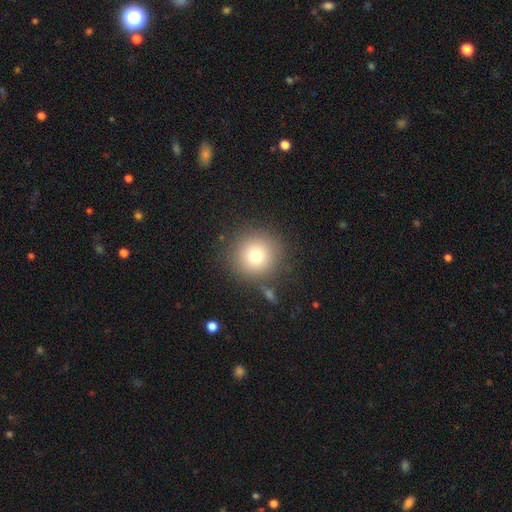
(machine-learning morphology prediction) The model was most divided on "smooth or featured": smooth: 76%, star or artifact: 13%, featured or disk: 11%. More confident: how rounded — round (95%); merging — none (85%).